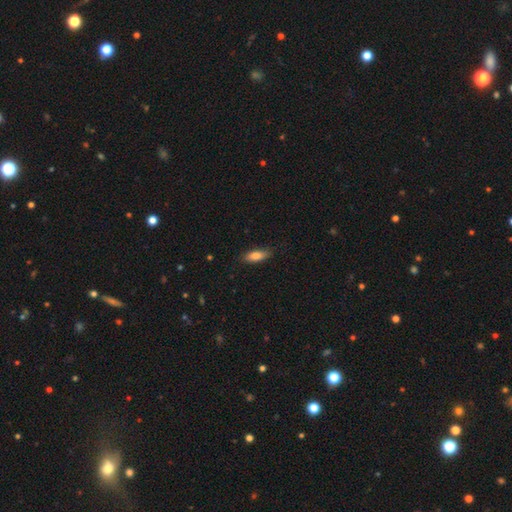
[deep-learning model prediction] This appears to be a smooth galaxy with no disk features (81%) that is in between round and cigar-shaped (61%). Merging: none (83%).